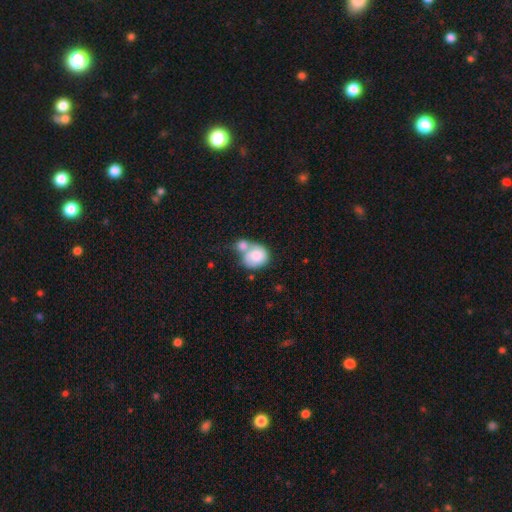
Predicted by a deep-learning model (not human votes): smooth 73%, featured or disk 21%, star or artifact 6%. Down the decision tree: how rounded — round (65%); merging — merger (62%).